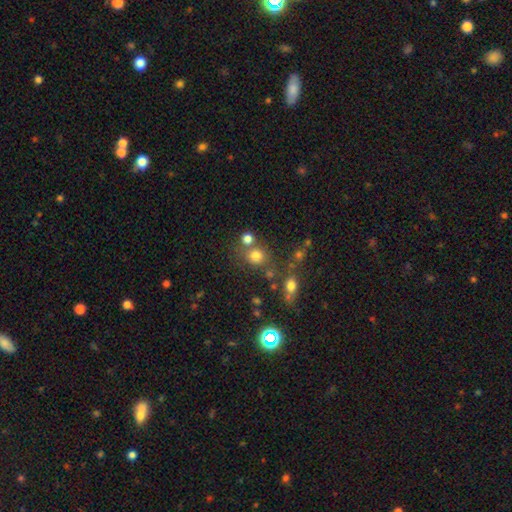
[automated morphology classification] Smooth or featured: smooth — 73% (star or artifact — 18%)
How rounded: round — 81% (in between — 18%)
Merging: none — 63% (merger — 21%)